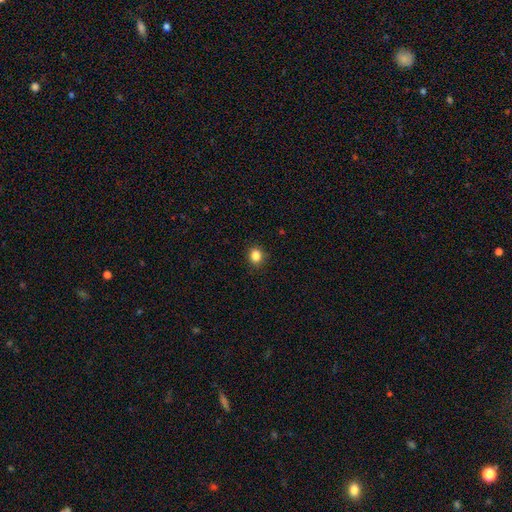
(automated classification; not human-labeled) Smooth or featured: smooth — 85% (star or artifact — 11%)
How rounded: round — 70% (in between — 29%)
Merging: none — 90% (minor disturbance — 7%)